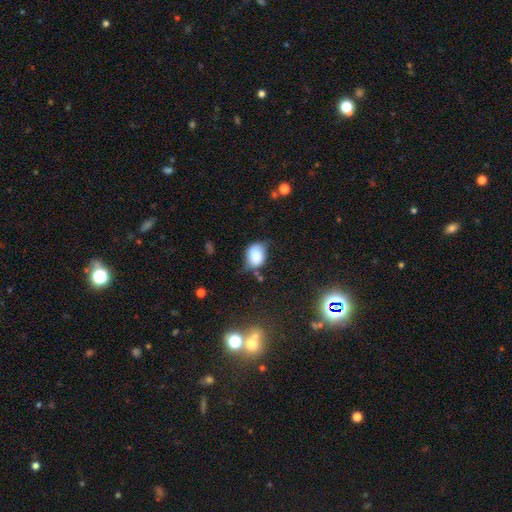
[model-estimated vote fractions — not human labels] Smooth or featured? smooth (78%)
How rounded? in between (68%)
Merging? none (44%)